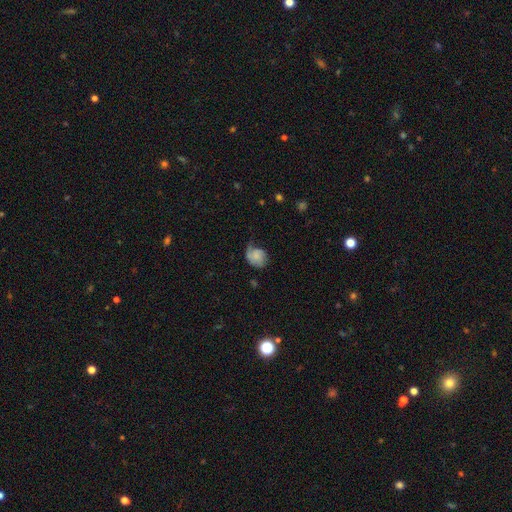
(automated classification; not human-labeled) A smooth galaxy with no disk features (55%) that is round (52%). Merging: none (36%).